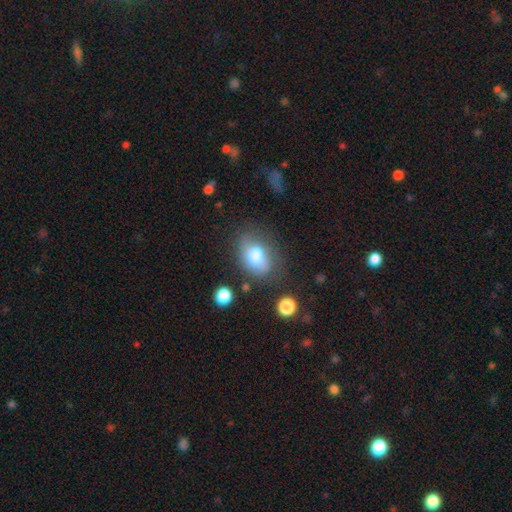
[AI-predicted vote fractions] Smooth or featured? smooth (72%)
How rounded? in between (78%)
Merging? none (51%)